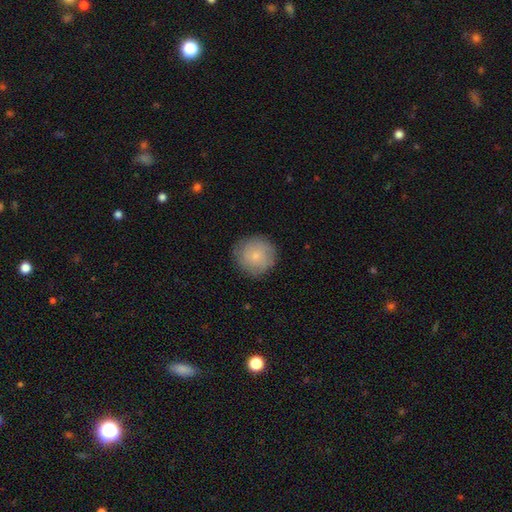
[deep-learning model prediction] Smooth or featured? smooth (76%)
How rounded? round (95%)
Merging? none (85%)